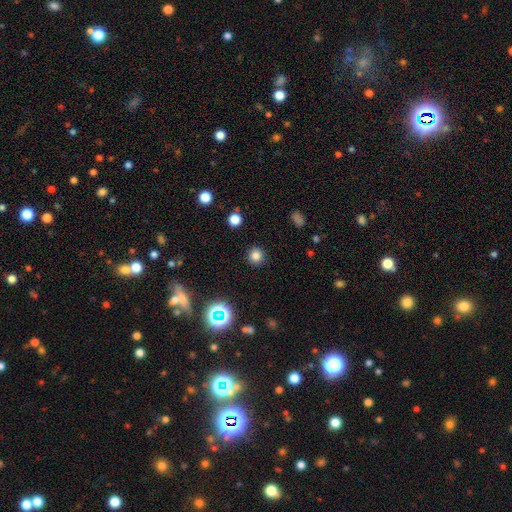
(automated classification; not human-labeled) Q: Smooth or featured?
A: smooth (80%); runner-up: star or artifact (15%)
Q: How rounded?
A: round (93%); runner-up: in between (6%)
Q: Merging?
A: none (91%); runner-up: minor disturbance (6%)